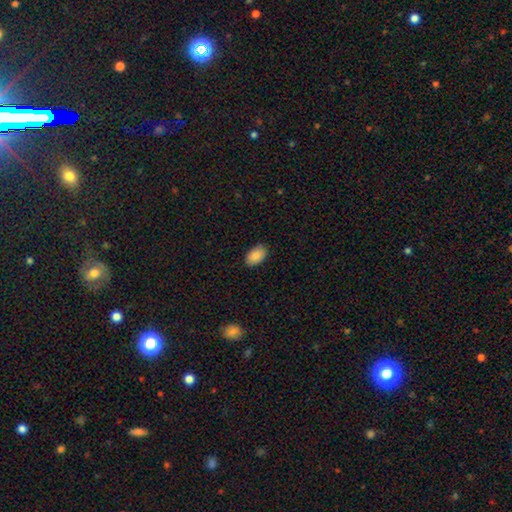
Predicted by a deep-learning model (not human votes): Smooth or featured? Predicted: smooth (p=0.87). How rounded? Predicted: in between (p=0.92). Merging? Predicted: none (p=0.85).